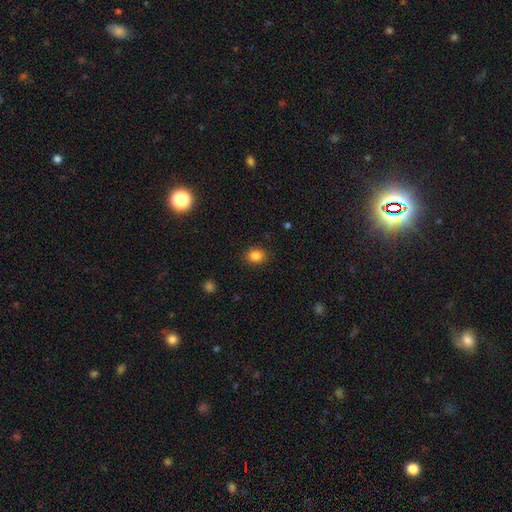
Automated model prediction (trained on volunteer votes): Overall: smooth (84%). How rounded: round (62%; in between 37%). Merging: none (88%).